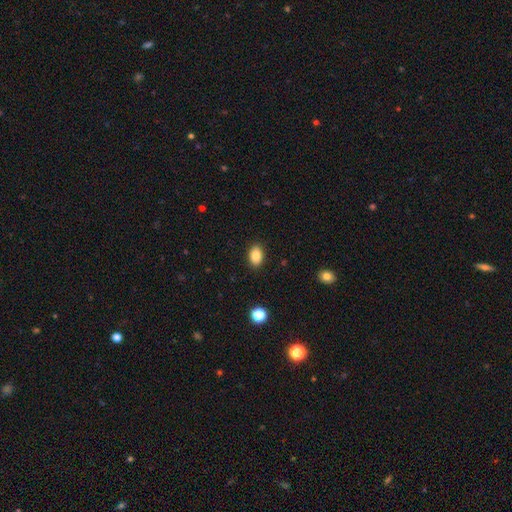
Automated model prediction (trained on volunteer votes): Smooth or featured? Predicted: smooth (p=0.86). How rounded? Predicted: in between (p=0.85). Merging? Predicted: none (p=0.89).